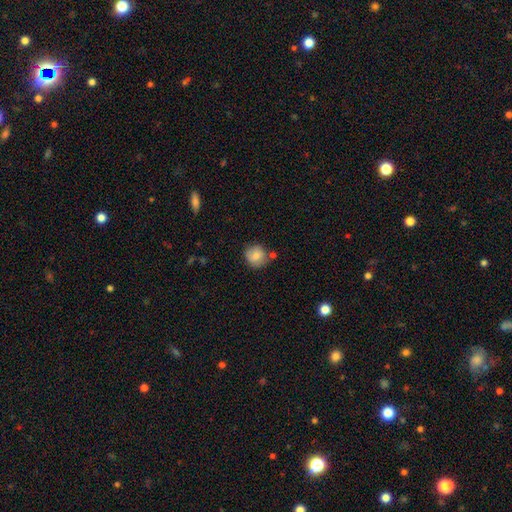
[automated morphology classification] This appears to be a smooth galaxy with no disk features (77%) that is round (87%). Merging: none (71%).